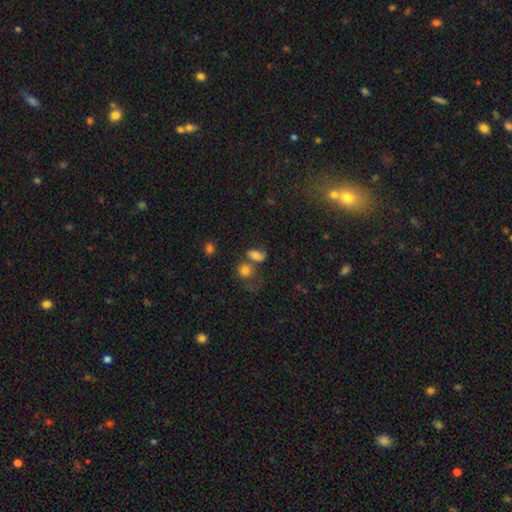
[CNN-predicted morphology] A smooth galaxy with no disk features (67%) that is in between round and cigar-shaped (74%). Merging: merger (36%).